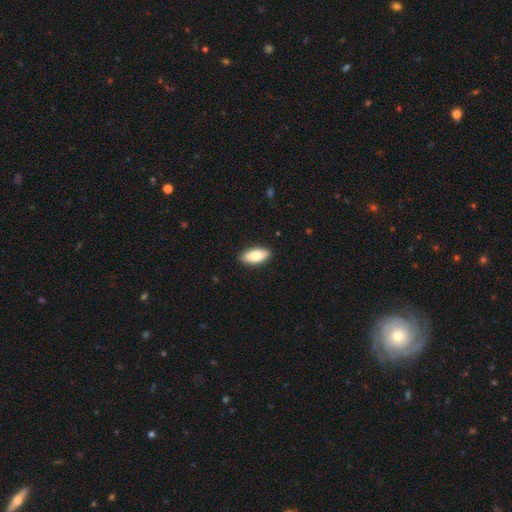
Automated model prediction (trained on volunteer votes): smooth 83%, featured or disk 11%, star or artifact 6%. Down the decision tree: how rounded — in between (86%); merging — none (88%).